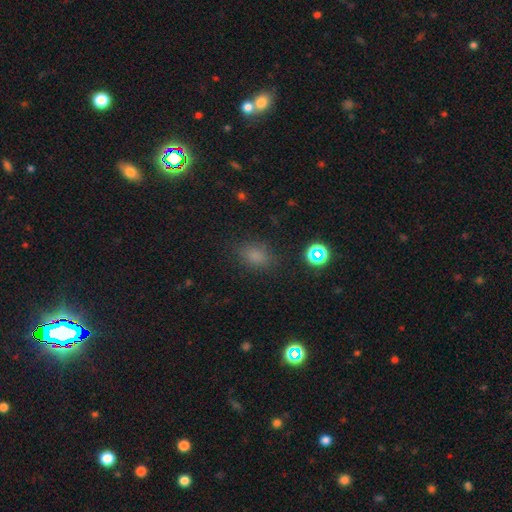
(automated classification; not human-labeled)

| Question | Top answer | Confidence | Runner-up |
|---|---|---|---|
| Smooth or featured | smooth | 75% | star or artifact (18%) |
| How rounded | in between | 68% | round (30%) |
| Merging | none | 80% | minor disturbance (14%) |